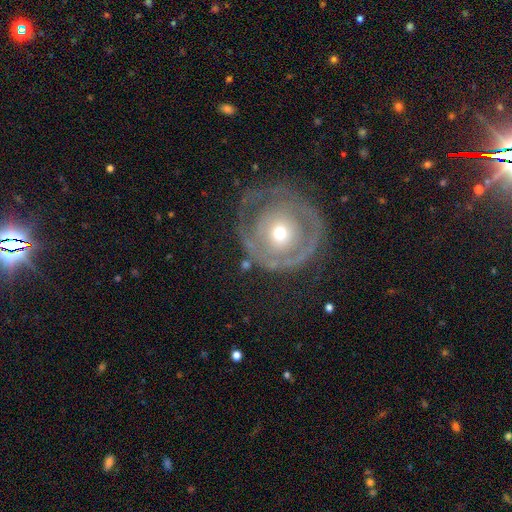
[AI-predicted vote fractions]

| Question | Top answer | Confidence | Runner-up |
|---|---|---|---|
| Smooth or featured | featured or disk | 69% | smooth (24%) |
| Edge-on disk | no | 96% | yes (4%) |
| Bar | no | 85% | weak (11%) |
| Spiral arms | no | 52% | yes (48%) |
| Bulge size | moderate | 51% | small (42%) |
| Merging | none | 63% | minor disturbance (19%) |